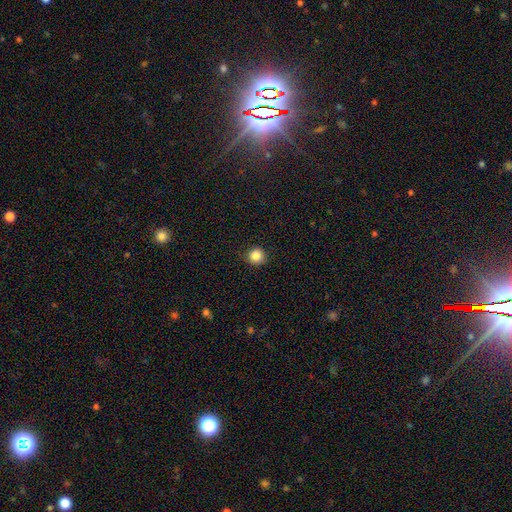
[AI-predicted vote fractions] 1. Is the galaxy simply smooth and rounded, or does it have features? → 85% smooth, 11% star or artifact, 4% featured or disk.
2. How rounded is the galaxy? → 92% round, 7% in between, 1% cigar-shaped.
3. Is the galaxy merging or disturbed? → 87% none, 9% minor disturbance, 2% major disturbance, 1% merger.